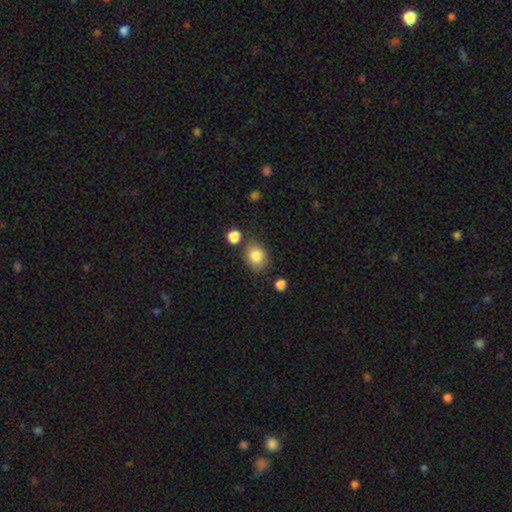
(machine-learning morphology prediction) type=smooth (84%); roundness=round (50%); merging=none (74%).